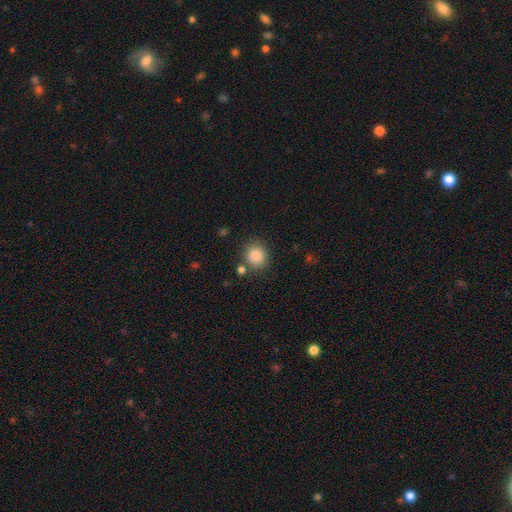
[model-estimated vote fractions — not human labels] smooth_or_featured: smooth (p=0.87) [alt: star or artifact p=0.09]
how_rounded: round (p=0.81) [alt: in between p=0.18]
merging: none (p=0.79) [alt: minor disturbance p=0.10]